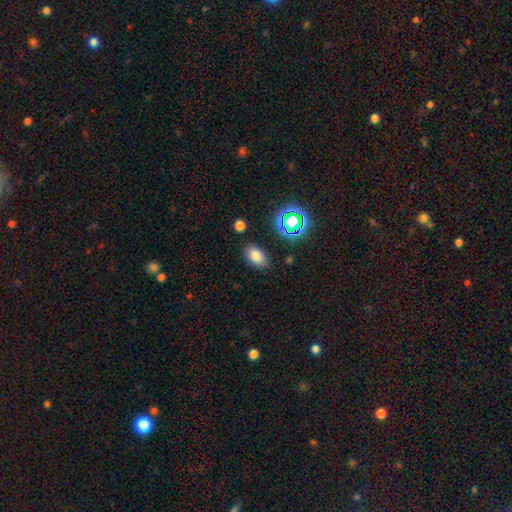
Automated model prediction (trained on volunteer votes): Smooth or featured: smooth — 76% (star or artifact — 16%)
How rounded: in between — 87% (round — 11%)
Merging: none — 82% (minor disturbance — 11%)